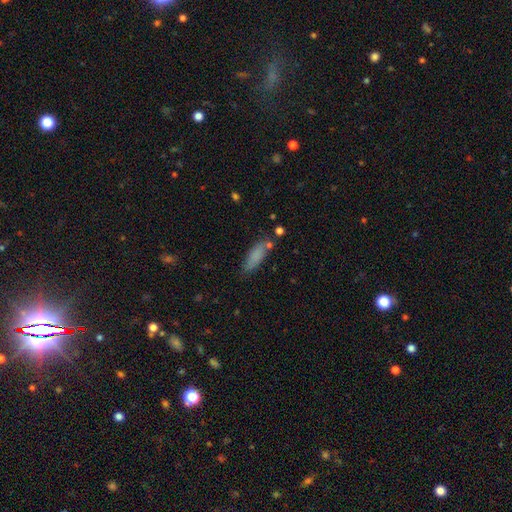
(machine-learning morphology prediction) The model was most divided on "how rounded": in between: 54%, cigar-shaped: 44%, round: 2%. More confident: smooth or featured — smooth (82%); merging — none (73%).